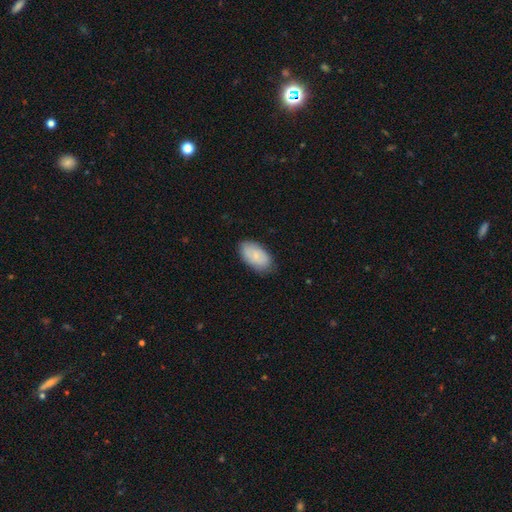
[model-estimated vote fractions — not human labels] Q: Smooth or featured?
A: smooth (77%); runner-up: featured or disk (17%)
Q: How rounded?
A: in between (95%); runner-up: round (4%)
Q: Merging?
A: none (79%); runner-up: minor disturbance (17%)